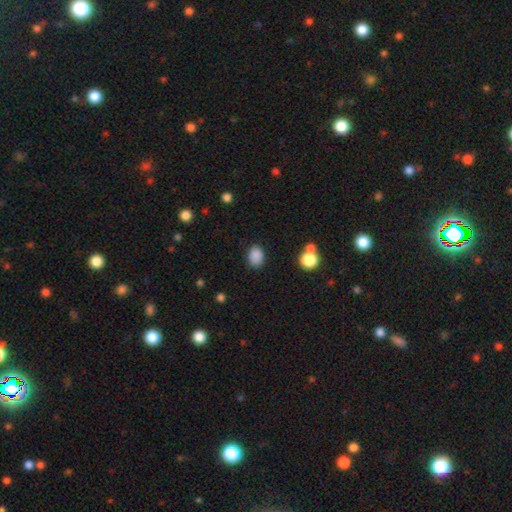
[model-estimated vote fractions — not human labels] Morphology: type=smooth (87%); roundness=in between (68%); merging=none (84%).